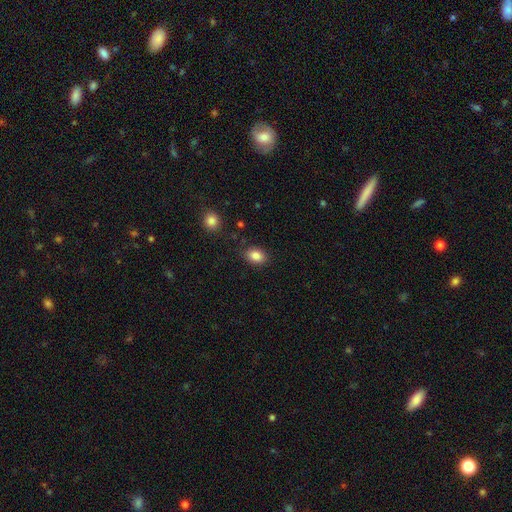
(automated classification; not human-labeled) The model was most divided on "how rounded": in between: 76%, round: 23%, cigar-shaped: 1%. More confident: smooth or featured — smooth (85%); merging — none (84%).